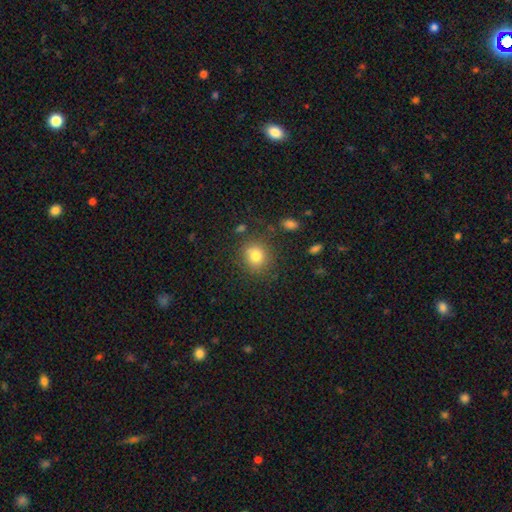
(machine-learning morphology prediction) Smooth or featured? smooth (80%)
How rounded? round (76%)
Merging? none (78%)